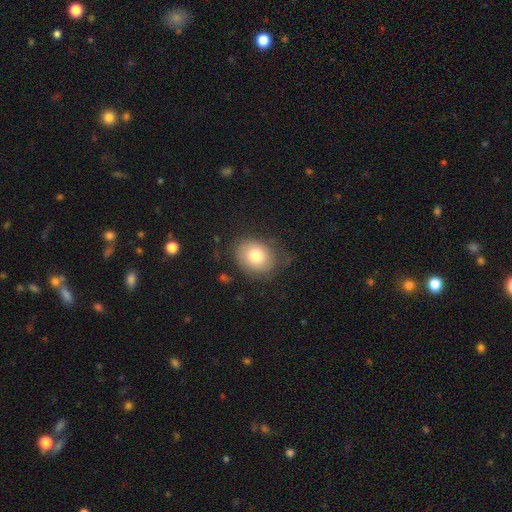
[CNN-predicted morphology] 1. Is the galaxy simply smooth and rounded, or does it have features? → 76% smooth, 15% featured or disk, 8% star or artifact.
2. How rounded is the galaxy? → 56% round, 43% in between, 1% cigar-shaped.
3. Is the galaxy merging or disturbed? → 69% none, 21% minor disturbance, 9% major disturbance, 2% merger.